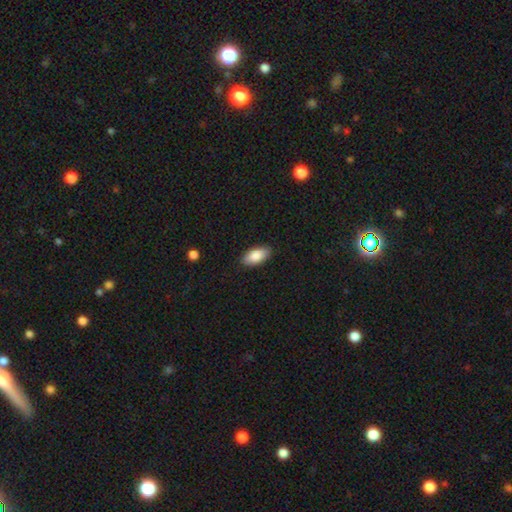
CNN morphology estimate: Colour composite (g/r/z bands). It shows a smooth galaxy with no disk features (86%) that is in between round and cigar-shaped (92%). Merging: none (88%).